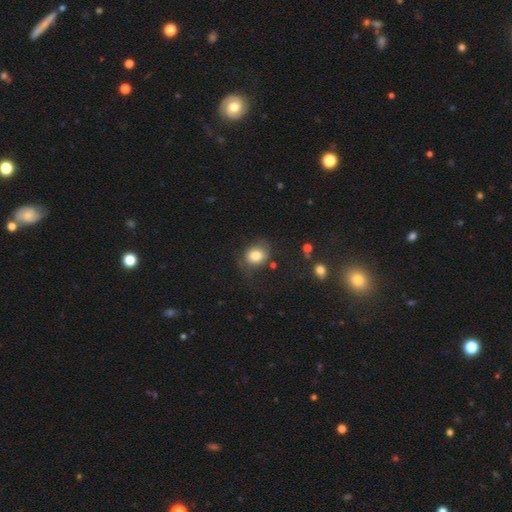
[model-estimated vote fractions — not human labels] Overall: smooth (81%). How rounded: round (60%; in between 39%). Merging: none (62%; minor disturbance 24%).